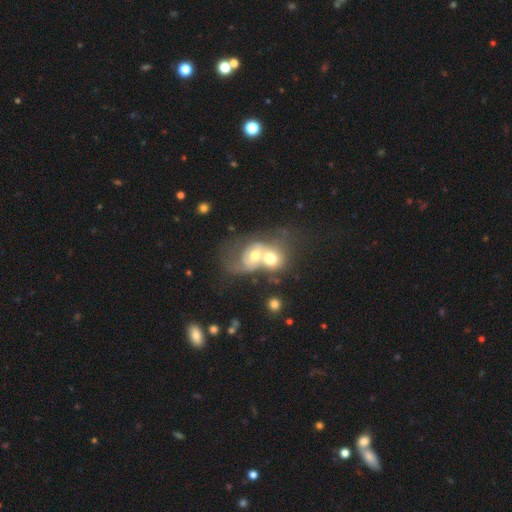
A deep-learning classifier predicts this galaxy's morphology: Smooth or featured? featured or disk (52%)
Edge-on disk? no (96%)
Bar? no (78%)
Spiral arms? no (50%, tied with yes)
Bulge size? moderate (61%)
Merging? merger (79%)